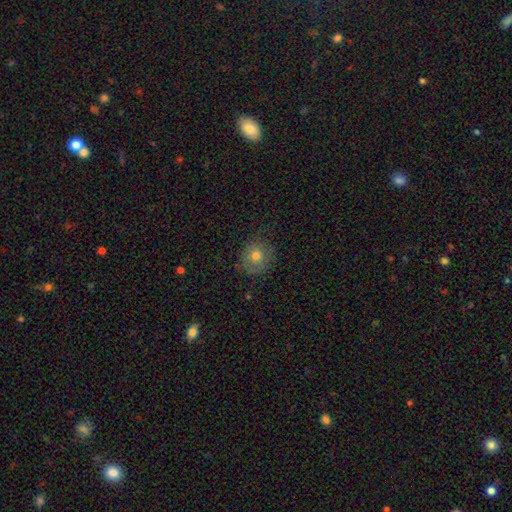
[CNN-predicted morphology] Smooth or featured?
  - smooth: 72% *
  - featured or disk: 16%
  - star or artifact: 12%
How rounded?
  - round: 85% *
  - in between: 14%
  - cigar-shaped: 1%
Merging?
  - none: 78% *
  - minor disturbance: 16%
  - major disturbance: 5%
  - merger: 1%